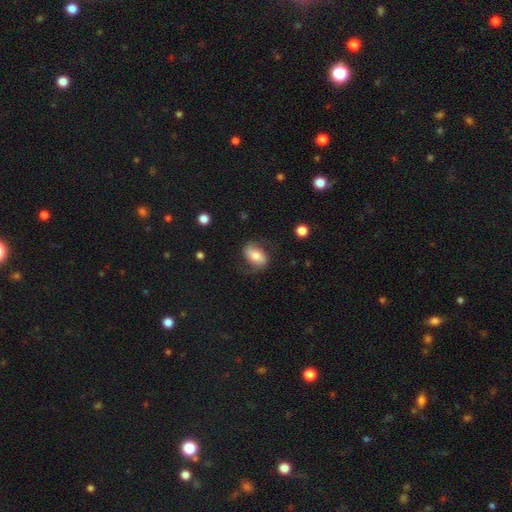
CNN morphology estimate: Smooth or featured? Predicted: smooth (p=0.55). How rounded? Predicted: in between (p=0.86). Merging? Predicted: none (p=0.67).